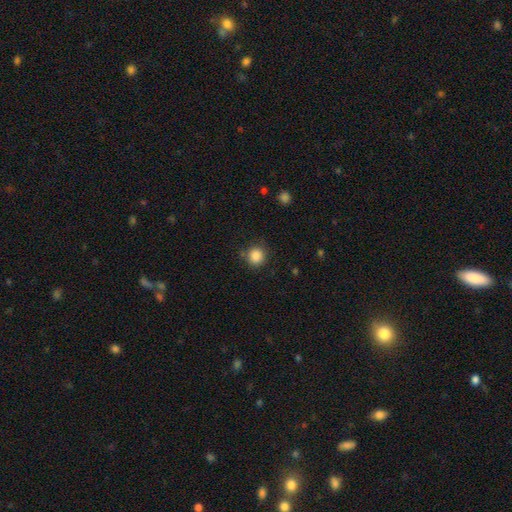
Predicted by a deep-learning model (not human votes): smooth_or_featured: smooth (p=0.86) [alt: star or artifact p=0.10]
how_rounded: round (p=0.91) [alt: in between p=0.08]
merging: none (p=0.83) [alt: minor disturbance p=0.10]